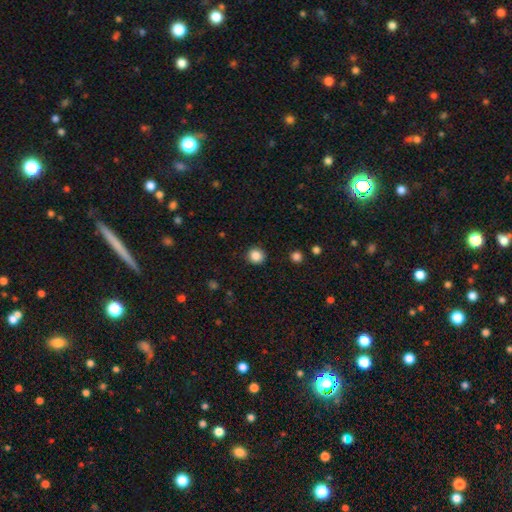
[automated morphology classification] Smooth or featured? smooth (86%)
How rounded? round (92%)
Merging? none (91%)